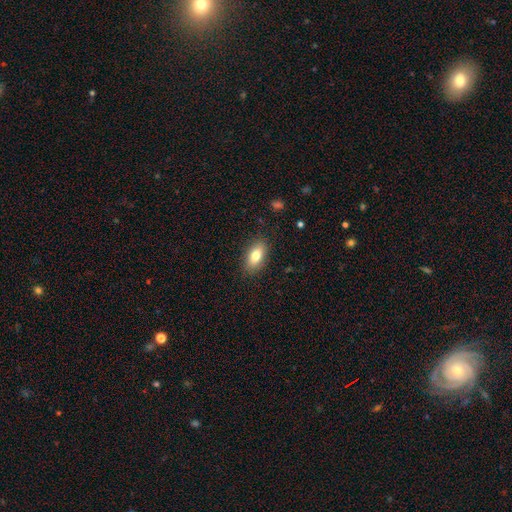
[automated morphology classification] smooth-or-featured: smooth: 78% | featured or disk: 14% | star or artifact: 8%
  how-rounded: in between: 87% | cigar-shaped: 7% | round: 5%
  merging: none: 86% | minor disturbance: 10% | major disturbance: 3% | merger: 1%